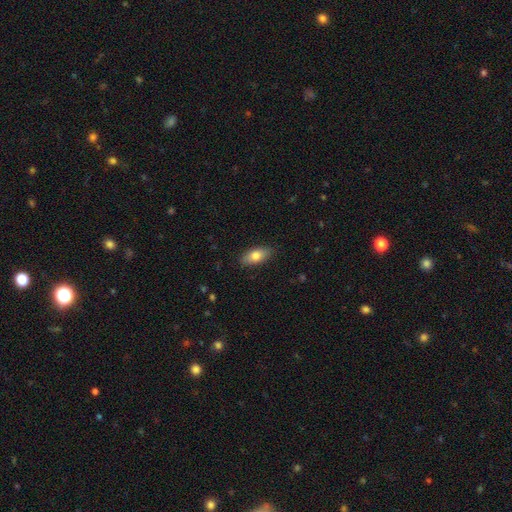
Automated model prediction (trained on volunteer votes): A smooth galaxy with no disk features (77%) that is in between round and cigar-shaped (85%). Merging: none (87%).